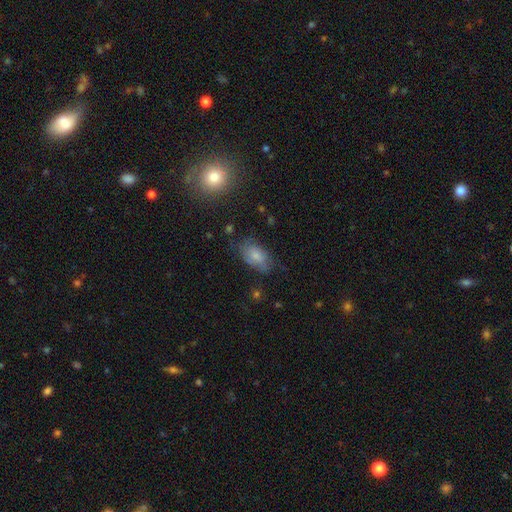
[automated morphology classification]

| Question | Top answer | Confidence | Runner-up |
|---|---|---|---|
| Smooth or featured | smooth | 73% | featured or disk (18%) |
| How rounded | in between | 91% | round (7%) |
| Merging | none | 60% | minor disturbance (28%) |